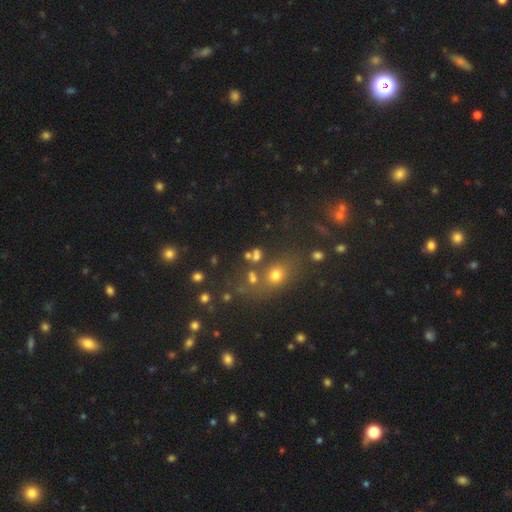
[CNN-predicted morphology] This is possibly a smooth galaxy (59%). How rounded: possibly round (56%). Merging: possibly none (57%).